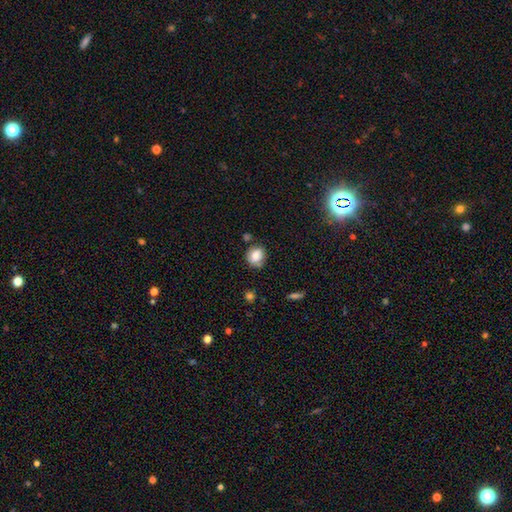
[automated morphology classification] Overall: smooth (81%). How rounded: round (65%; in between 34%). Merging: none (65%).